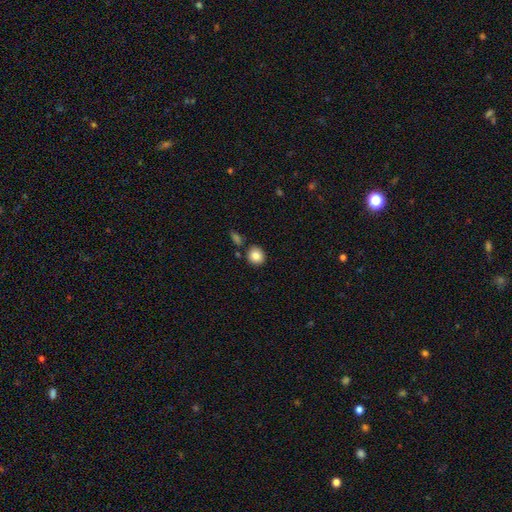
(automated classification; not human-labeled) smooth_or_featured: smooth (p=0.85) [alt: star or artifact p=0.09]
how_rounded: round (p=0.84) [alt: in between p=0.15]
merging: none (p=0.83) [alt: minor disturbance p=0.08]